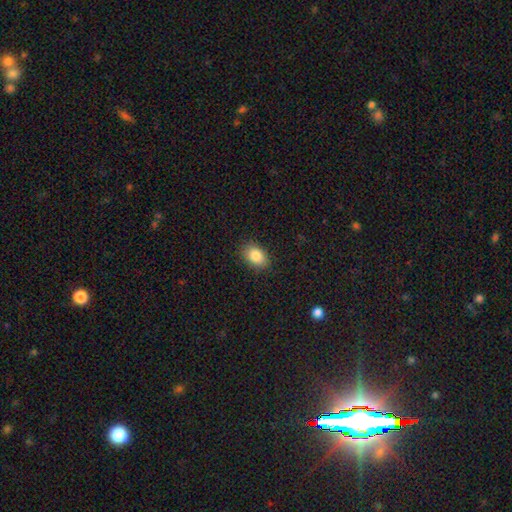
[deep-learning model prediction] Q: Smooth or featured?
A: smooth (85%); runner-up: star or artifact (8%)
Q: How rounded?
A: in between (81%); runner-up: round (18%)
Q: Merging?
A: none (88%); runner-up: minor disturbance (9%)